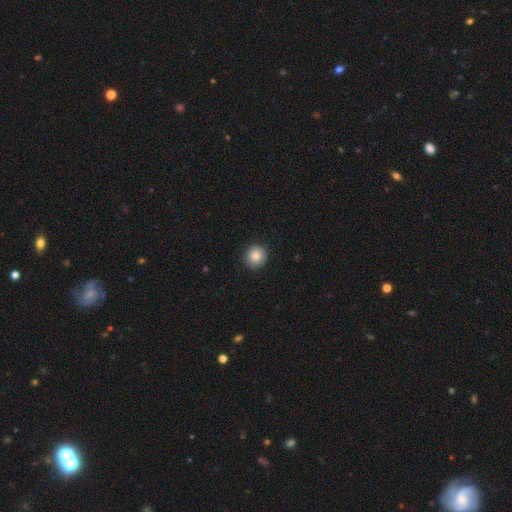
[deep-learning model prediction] This appears to be a smooth galaxy with no disk features (85%) that is round (92%). Merging: none (91%).